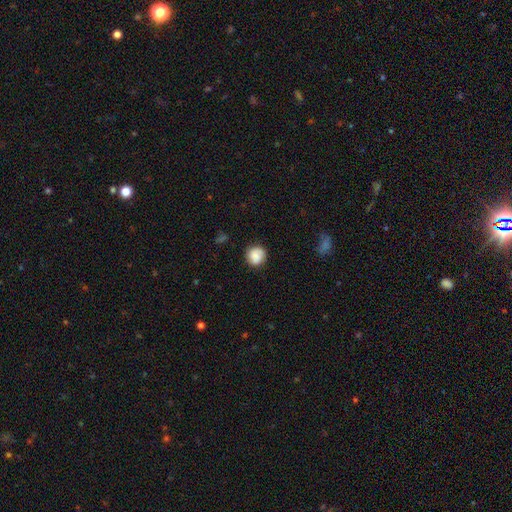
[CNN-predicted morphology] A smooth galaxy with no disk features (82%) that is round (90%). Merging: none (81%).